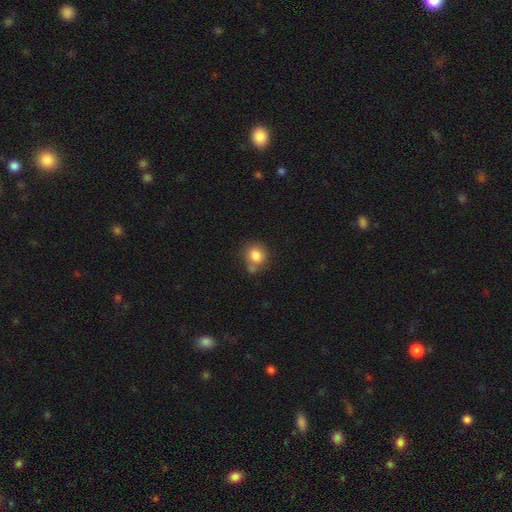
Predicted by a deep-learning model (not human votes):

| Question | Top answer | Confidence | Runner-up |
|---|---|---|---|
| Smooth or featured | smooth | 83% | star or artifact (9%) |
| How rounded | round | 75% | in between (24%) |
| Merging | none | 58% | minor disturbance (18%) |